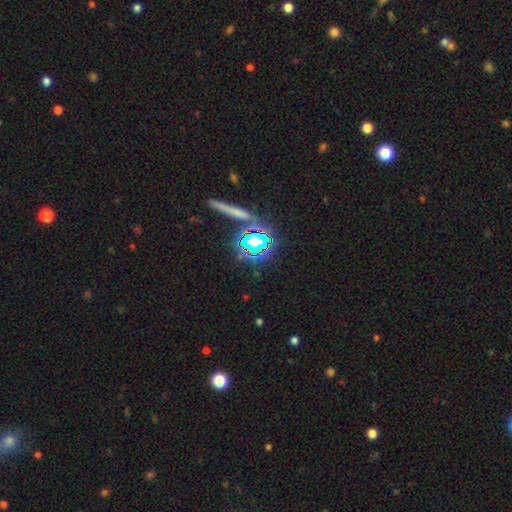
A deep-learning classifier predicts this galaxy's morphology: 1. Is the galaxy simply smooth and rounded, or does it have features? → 71% star or artifact, 17% smooth, 13% featured or disk.